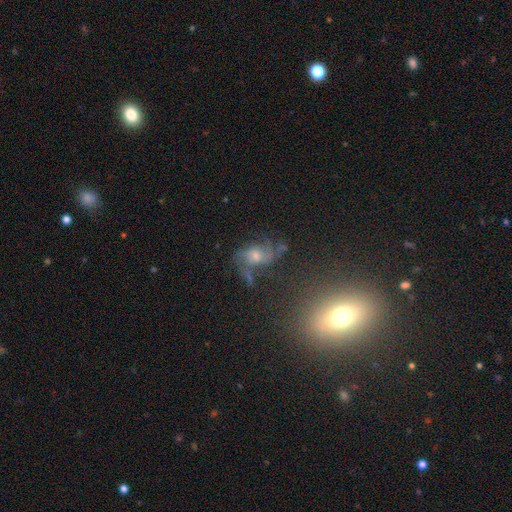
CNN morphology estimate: type=featured or disk (60%); edge-on=no (95%); bar=no (67%); spiral arms=yes (81%); bulge=moderate (49%); merging=none (51%).